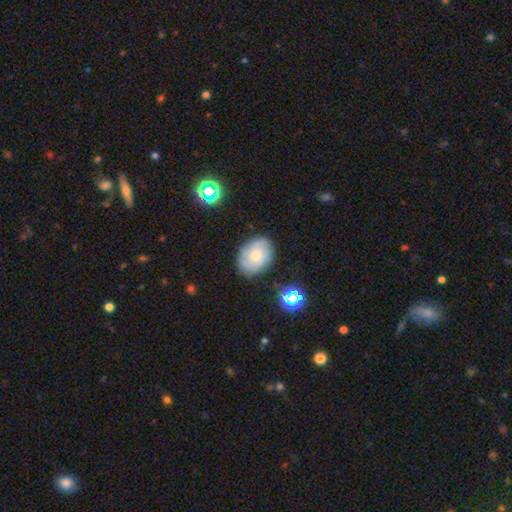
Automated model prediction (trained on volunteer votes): A featured or disk galaxy (50%). Merging: none (78%).